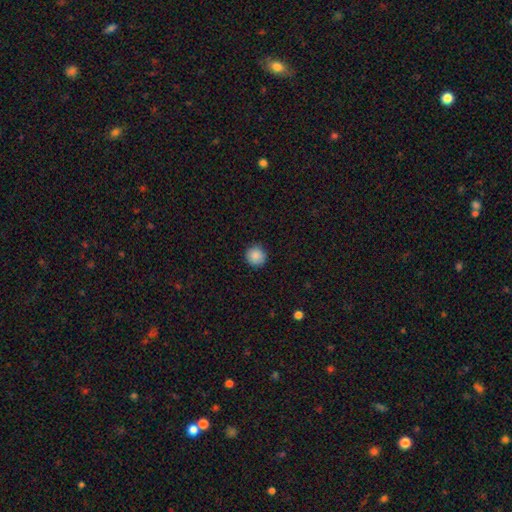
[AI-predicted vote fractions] smooth_or_featured: smooth (p=0.87) [alt: star or artifact p=0.09]
how_rounded: round (p=0.94) [alt: in between p=0.05]
merging: none (p=0.91) [alt: minor disturbance p=0.07]